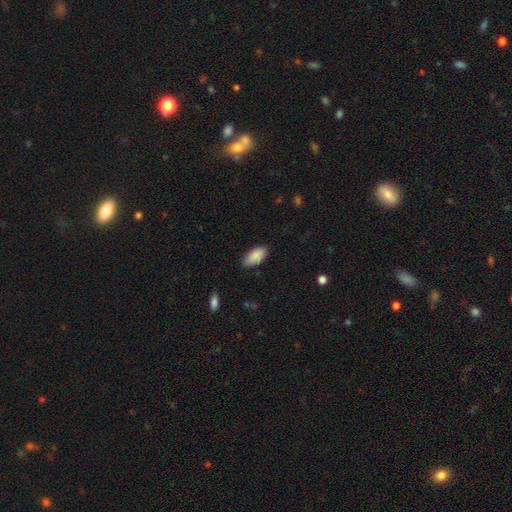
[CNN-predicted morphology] smooth_or_featured: smooth (p=0.89) [alt: star or artifact p=0.06]
how_rounded: in between (p=0.91) [alt: cigar-shaped p=0.07]
merging: none (p=0.85) [alt: minor disturbance p=0.11]